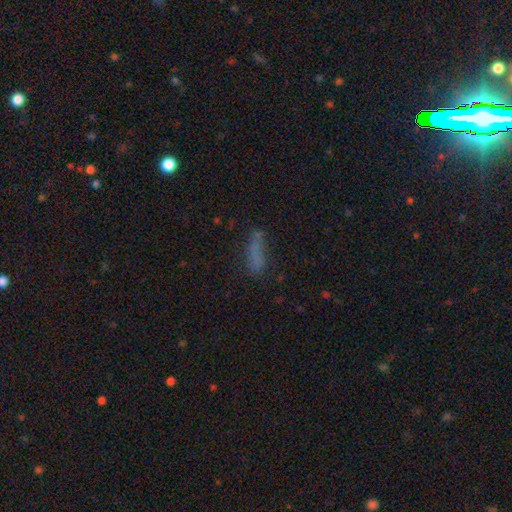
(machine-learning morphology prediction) A smooth galaxy with no disk features (68%) that is in between round and cigar-shaped (53%). Merging: none (52%).